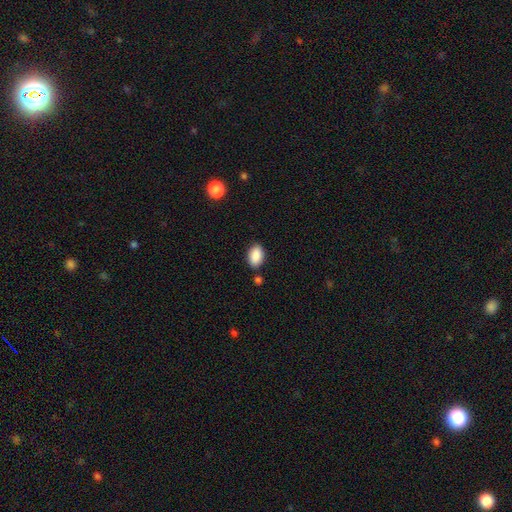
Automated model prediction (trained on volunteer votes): Smooth or featured? smooth (89%)
How rounded? in between (90%)
Merging? none (82%)